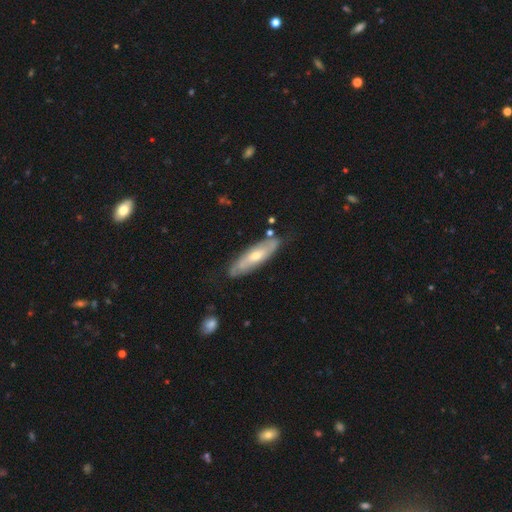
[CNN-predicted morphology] featured or disk 58%, smooth 36%, star or artifact 6%. Down the decision tree: edge-on disk — no (61%); merging — none (77%).